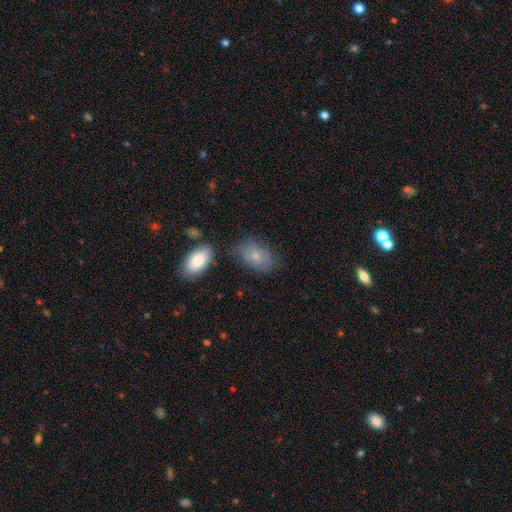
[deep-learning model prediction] Morphology: type=smooth (73%); roundness=in between (88%); merging=none (65%).